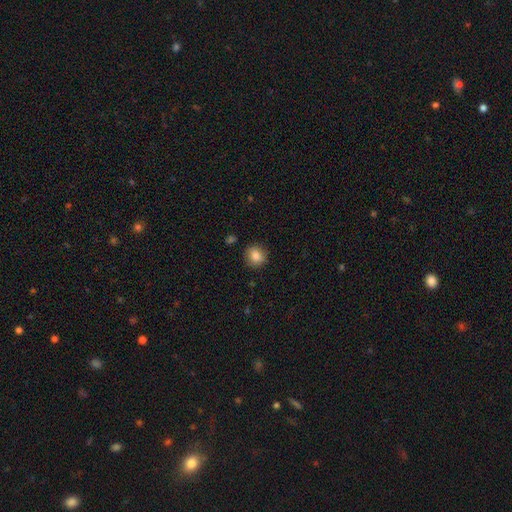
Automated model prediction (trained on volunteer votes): Smooth or featured?
  - smooth: 84% *
  - star or artifact: 9%
  - featured or disk: 7%
How rounded?
  - round: 84% *
  - in between: 15%
  - cigar-shaped: 1%
Merging?
  - none: 88% *
  - minor disturbance: 9%
  - major disturbance: 2%
  - merger: 1%